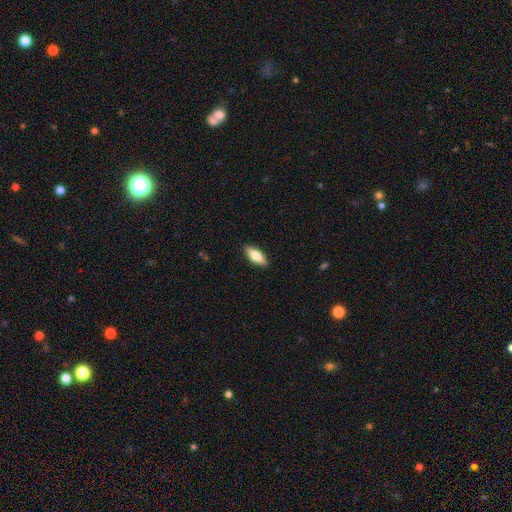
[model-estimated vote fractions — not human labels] Q: Smooth or featured?
A: smooth (71%); runner-up: featured or disk (23%)
Q: How rounded?
A: in between (67%); runner-up: cigar-shaped (31%)
Q: Merging?
A: none (89%); runner-up: minor disturbance (8%)